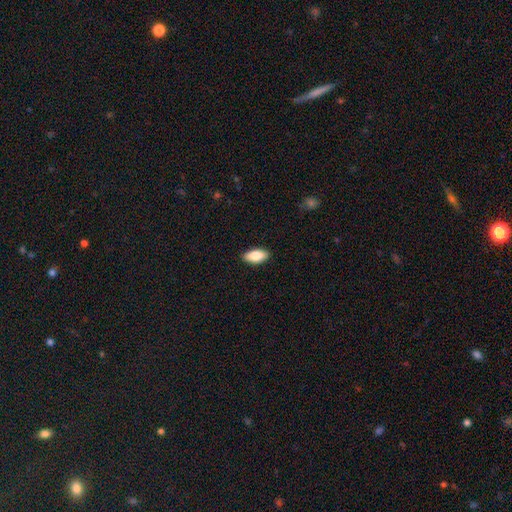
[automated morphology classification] smooth 84%, featured or disk 10%, star or artifact 6%. Down the decision tree: how rounded — in between (89%); merging — none (89%).